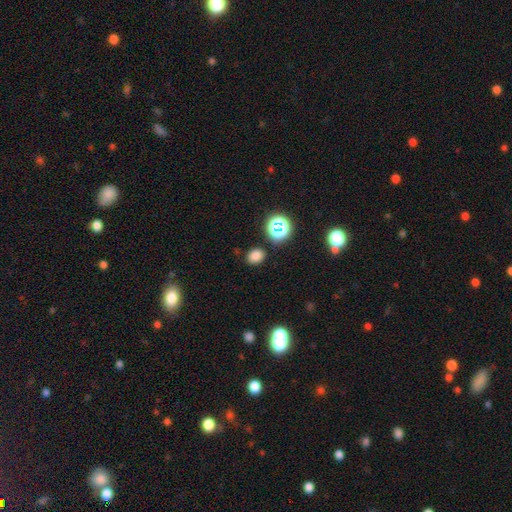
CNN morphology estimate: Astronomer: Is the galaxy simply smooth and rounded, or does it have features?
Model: smooth — 77%.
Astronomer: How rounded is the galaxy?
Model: in between — 54% (runner-up: round, 45%).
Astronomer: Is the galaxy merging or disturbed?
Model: none — 85%.